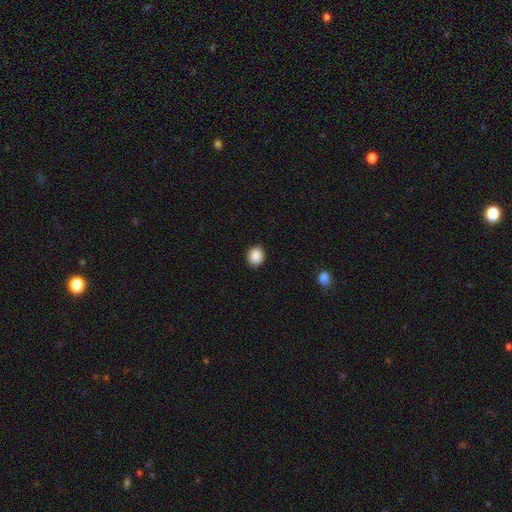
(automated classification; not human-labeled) Smooth or featured? smooth (88%)
How rounded? round (70%)
Merging? none (90%)